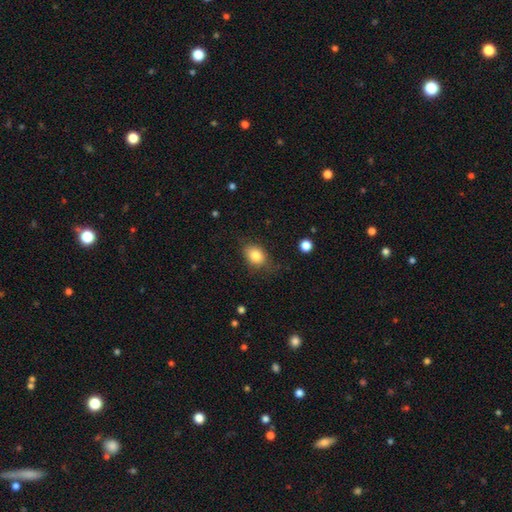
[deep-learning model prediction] This appears to be a smooth galaxy with no disk features (81%) that is in between round and cigar-shaped (66%). Merging: none (71%).